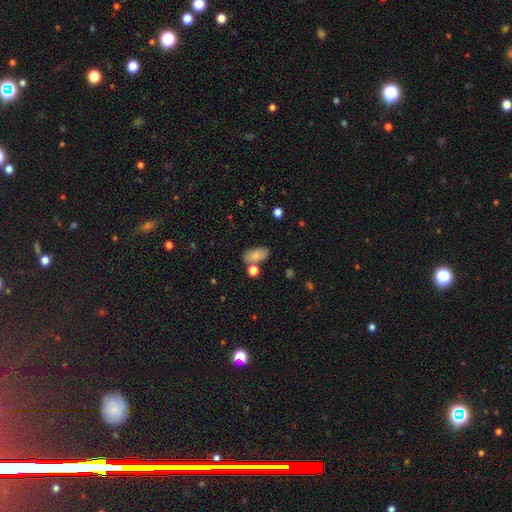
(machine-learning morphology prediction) smooth_or_featured: smooth (p=0.83) [alt: featured or disk p=0.09]
how_rounded: in between (p=0.91) [alt: round p=0.05]
merging: none (p=0.68) [alt: minor disturbance p=0.15]